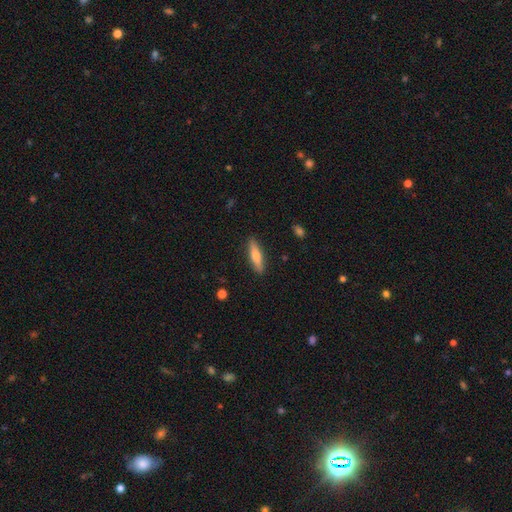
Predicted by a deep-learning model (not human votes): smooth-or-featured: smooth: 66% | featured or disk: 28% | star or artifact: 6%
  how-rounded: cigar-shaped: 74% | in between: 25% | round: 2%
  merging: none: 89% | minor disturbance: 8% | major disturbance: 2% | merger: 1%